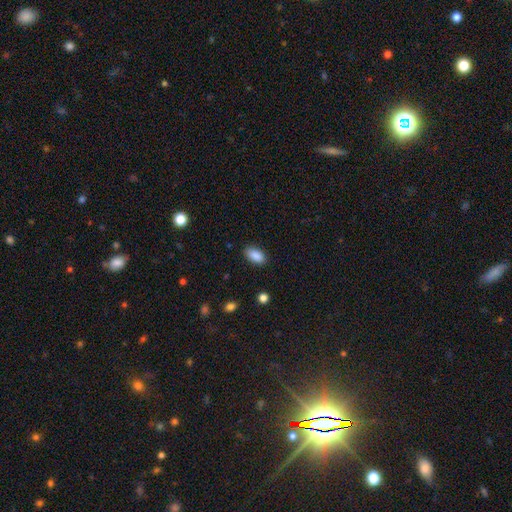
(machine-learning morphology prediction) This is clearly a smooth galaxy (89%). How rounded: clearly in between (93%). Merging: clearly none (86%).